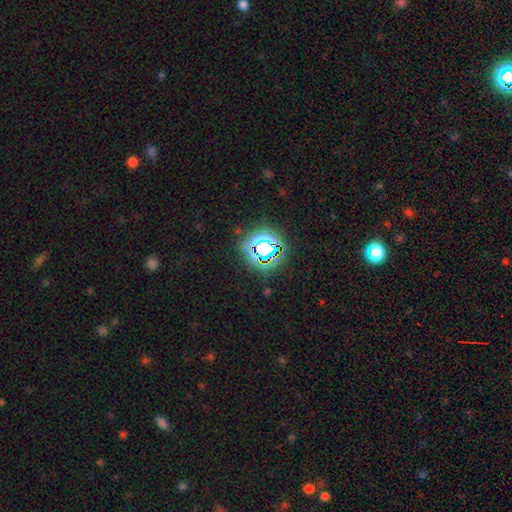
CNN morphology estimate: This appears to be a star or artifact, not a galaxy (74%).